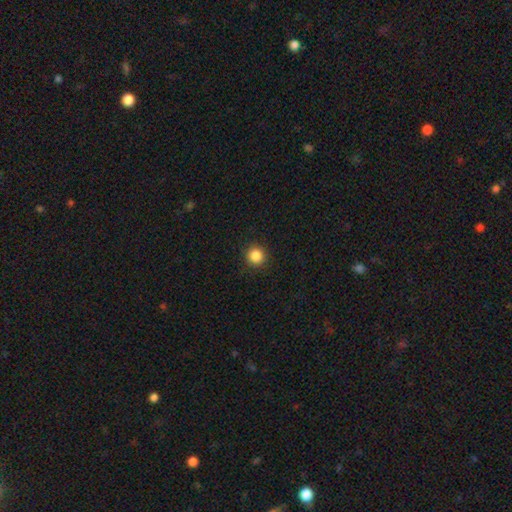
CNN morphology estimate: A smooth galaxy with no disk features (86%) that is round (95%). Merging: none (92%).